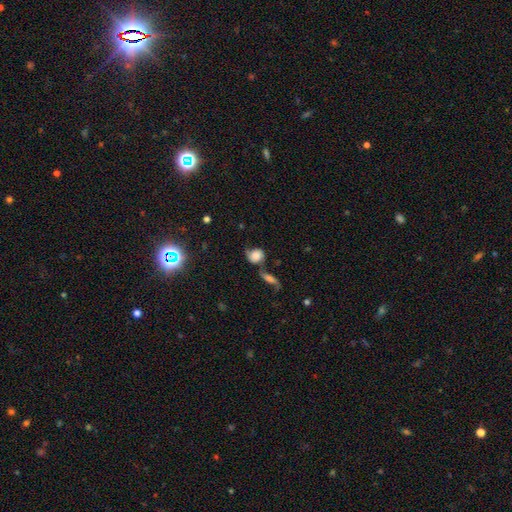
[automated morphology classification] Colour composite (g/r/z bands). It shows a smooth galaxy with no disk features (61%) that is round (68%). Merging: none (39%).